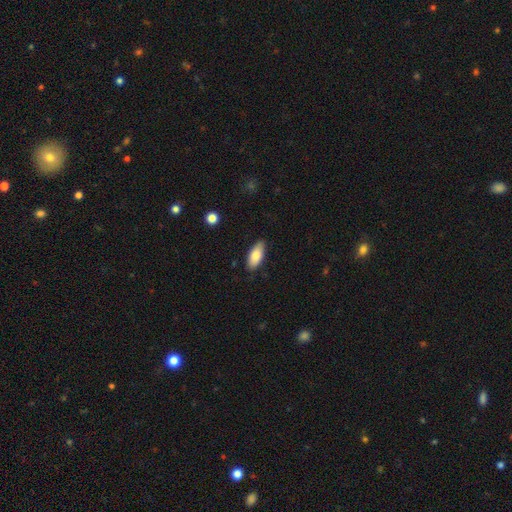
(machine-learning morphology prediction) smooth_or_featured: smooth (p=0.83) [alt: featured or disk p=0.11]
how_rounded: in between (p=0.86) [alt: cigar-shaped p=0.12]
merging: none (p=0.85) [alt: minor disturbance p=0.12]